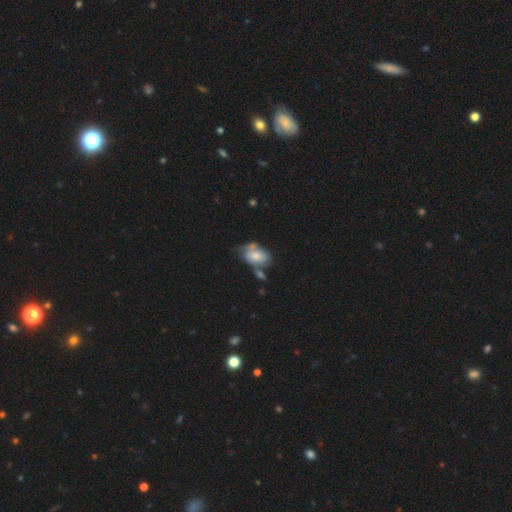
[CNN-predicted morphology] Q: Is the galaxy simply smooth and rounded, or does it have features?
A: smooth — 61%.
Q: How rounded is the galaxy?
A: in between — 86%.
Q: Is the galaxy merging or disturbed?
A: none — 36%.